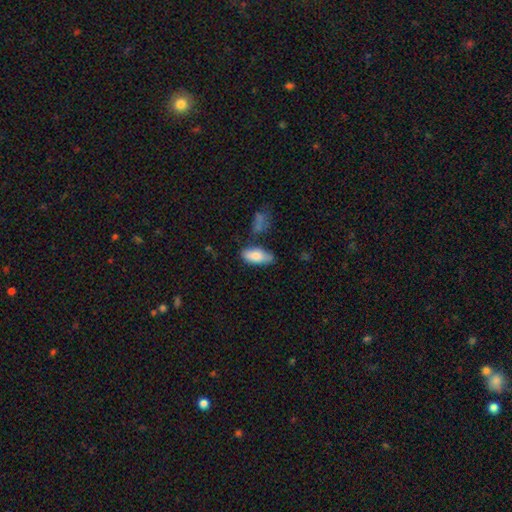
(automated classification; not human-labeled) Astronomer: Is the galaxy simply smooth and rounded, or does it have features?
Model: smooth — 80%.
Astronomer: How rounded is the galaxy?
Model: in between — 85%.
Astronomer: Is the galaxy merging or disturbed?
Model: none — 57%.